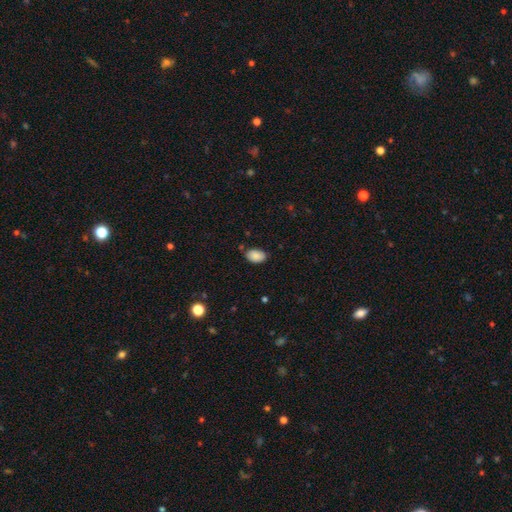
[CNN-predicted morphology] Overall: smooth (88%). How rounded: in between (89%). Merging: none (80%).